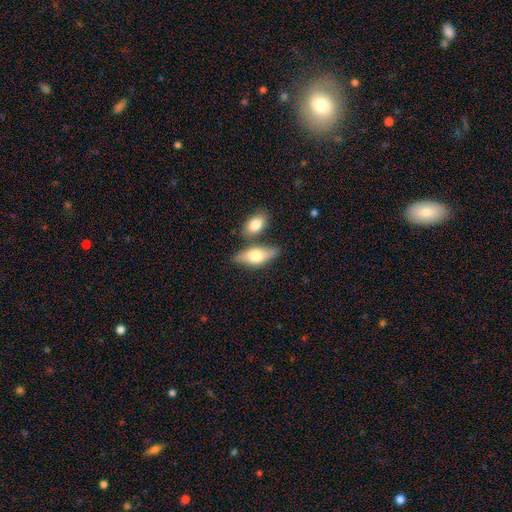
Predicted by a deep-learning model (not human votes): Smooth or featured? Predicted: smooth (p=0.62). How rounded? Predicted: in between (p=0.76). Merging? Predicted: none (p=0.63).